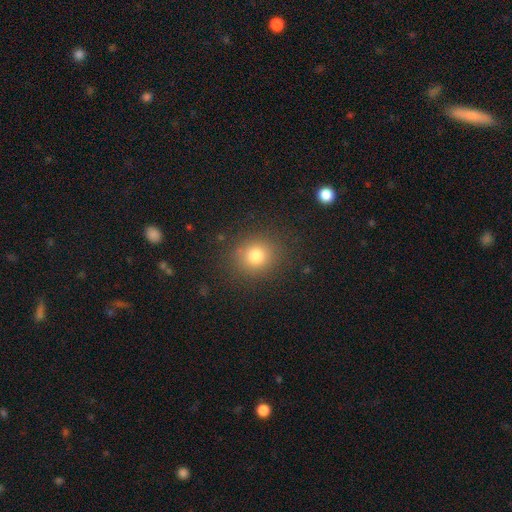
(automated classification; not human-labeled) smooth_or_featured: smooth (p=0.78) [alt: star or artifact p=0.14]
how_rounded: round (p=0.81) [alt: in between p=0.18]
merging: none (p=0.87) [alt: minor disturbance p=0.09]